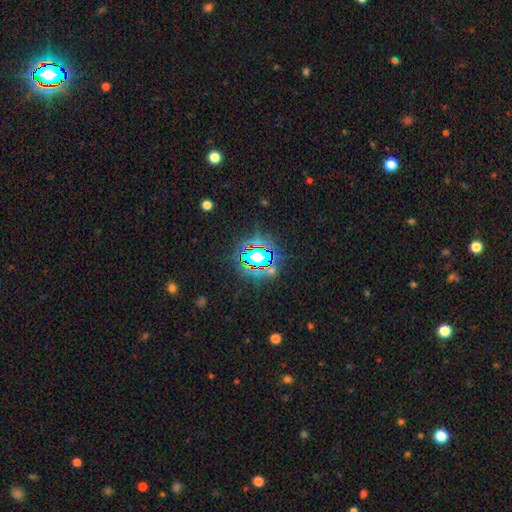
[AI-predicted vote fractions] smooth-or-featured: star or artifact: 67% | smooth: 21% | featured or disk: 12%